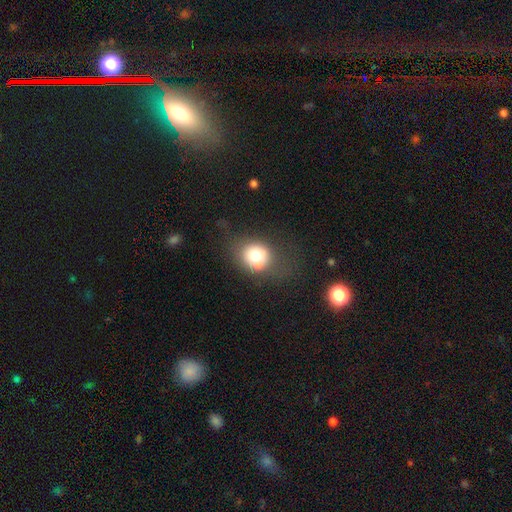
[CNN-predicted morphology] The model was most divided on "merging": none: 48%, minor disturbance: 21%, merger: 19%, major disturbance: 12%. More confident: smooth or featured — smooth (68%); how rounded — round (64%).